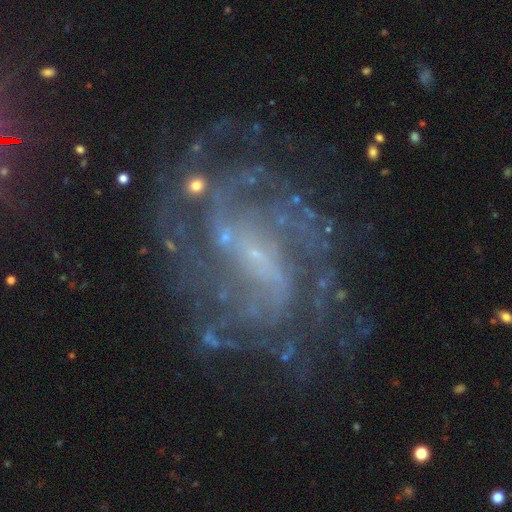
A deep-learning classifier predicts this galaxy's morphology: type=featured or disk (86%); edge-on=no (97%); bar=weak (46%); spiral arms=yes (94%); winding=tight (44%); arm count=can't tell (31%); bulge=small (73%); merging=none (68%).